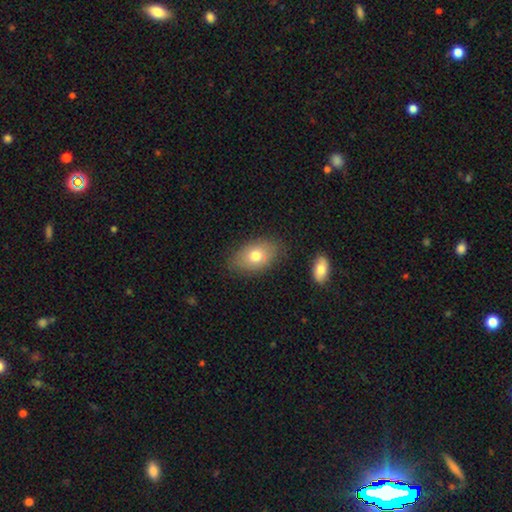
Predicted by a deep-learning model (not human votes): smooth-or-featured: smooth: 74% | featured or disk: 18% | star or artifact: 8%
  how-rounded: in between: 87% | round: 11% | cigar-shaped: 1%
  merging: none: 79% | minor disturbance: 15% | major disturbance: 4% | merger: 2%